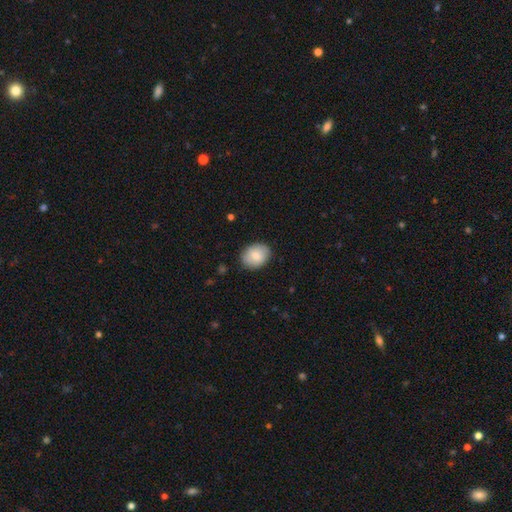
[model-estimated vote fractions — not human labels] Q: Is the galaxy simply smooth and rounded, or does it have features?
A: smooth — 79%.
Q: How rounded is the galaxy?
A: in between — 56%.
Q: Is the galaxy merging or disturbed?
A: none — 84%.